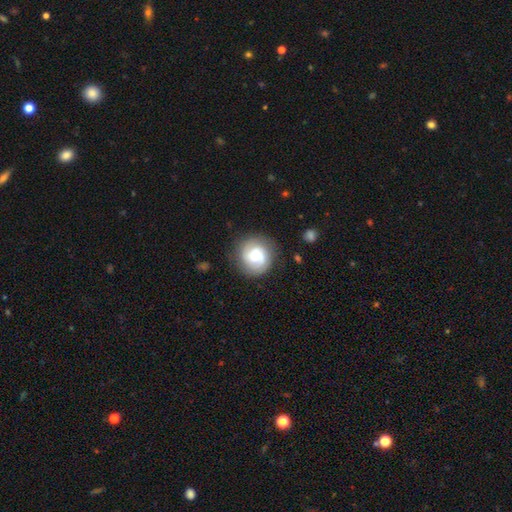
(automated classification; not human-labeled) Overall: featured or disk (60%; smooth 33%). Edge-on disk: no (98%). Bar: no (52%; weak 39%). Spiral arms: yes (90%). Spiral arm count: 2 (73%). Spiral winding: tight (41%, tied with medium). Bulge size: moderate (55%; small 30%). Merging: none (82%).